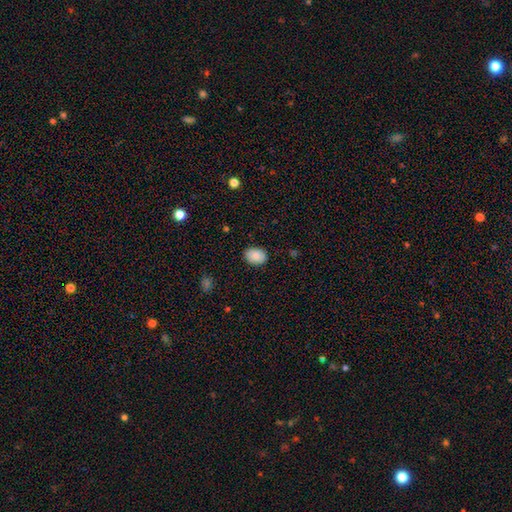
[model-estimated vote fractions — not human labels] Overall: smooth (87%). How rounded: in between (75%). Merging: none (86%).